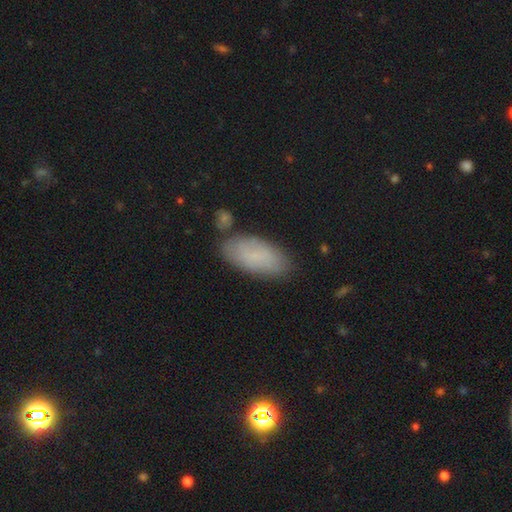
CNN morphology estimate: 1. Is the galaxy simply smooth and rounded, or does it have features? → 76% smooth, 14% featured or disk, 10% star or artifact.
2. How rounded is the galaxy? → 89% in between, 9% cigar-shaped, 2% round.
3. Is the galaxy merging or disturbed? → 75% none, 16% minor disturbance, 5% merger, 4% major disturbance.